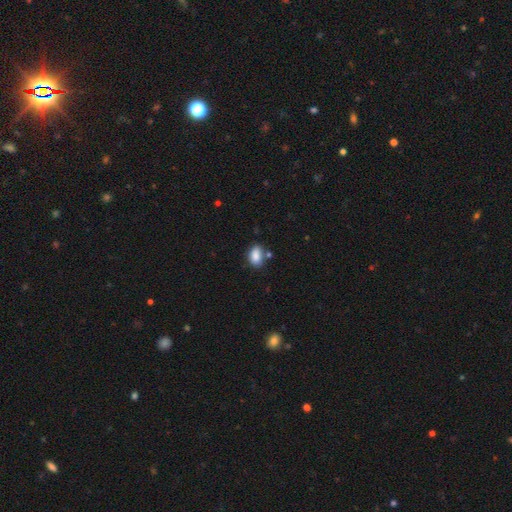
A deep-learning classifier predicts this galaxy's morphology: Smooth or featured? Predicted: smooth (p=0.86). How rounded? Predicted: in between (p=0.88). Merging? Predicted: none (p=0.66).